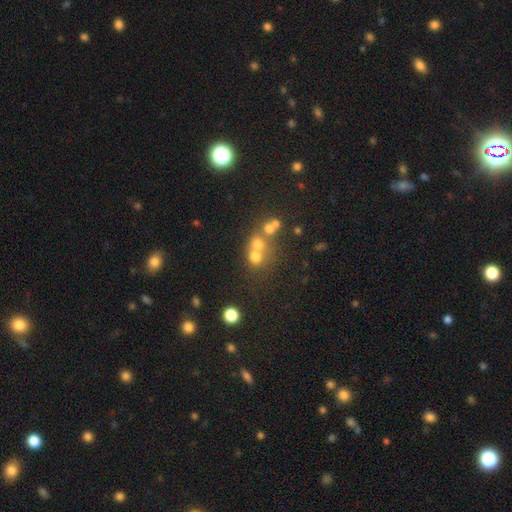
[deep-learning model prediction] A smooth galaxy with no disk features (55%) that is round (80%). Merging: merger (53%).